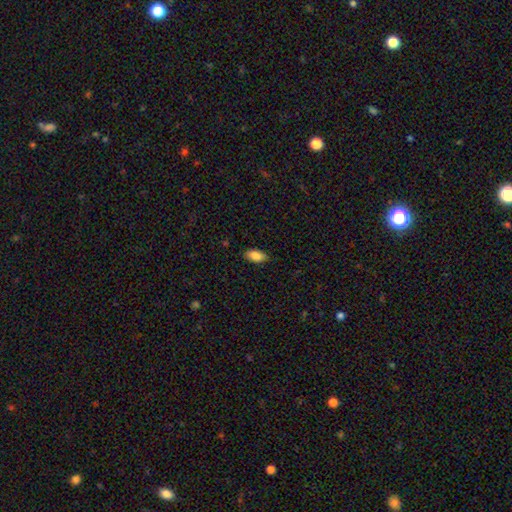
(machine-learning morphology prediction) This is clearly a smooth galaxy (87%). How rounded: clearly in between (92%). Merging: clearly none (85%).